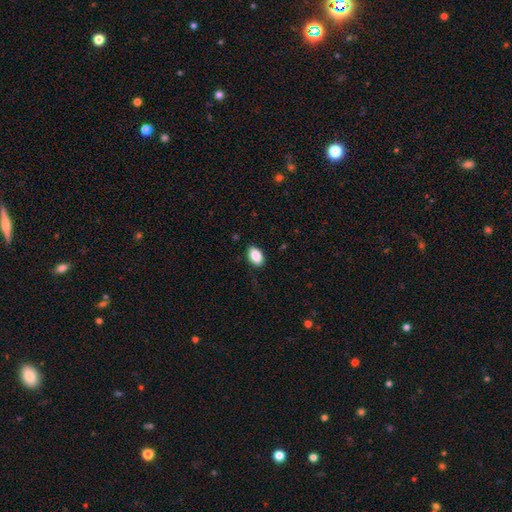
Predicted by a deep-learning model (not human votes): A smooth galaxy with no disk features (88%) that is in between round and cigar-shaped (90%).

Vote fractions:
- Smooth or featured? smooth: 88% / star or artifact: 7% / featured or disk: 5%
- How rounded? in between: 90% / round: 8% / cigar-shaped: 1%
- Merging? none: 87% / minor disturbance: 10% / major disturbance: 2% / merger: 1%